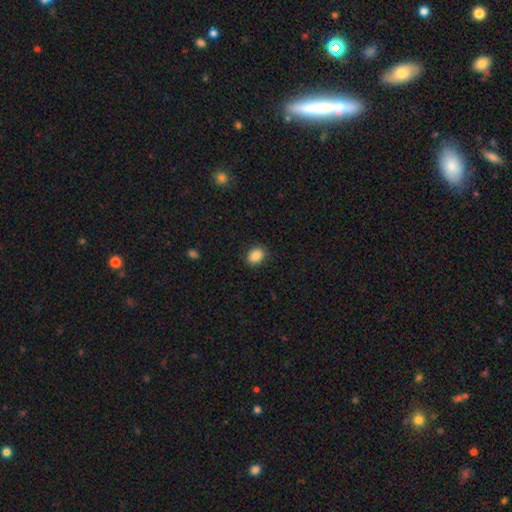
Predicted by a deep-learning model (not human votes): smooth-or-featured: smooth: 86% | star or artifact: 9% | featured or disk: 5%
  how-rounded: in between: 54% | round: 45% | cigar-shaped: 1%
  merging: none: 89% | minor disturbance: 8% | major disturbance: 2% | merger: 1%